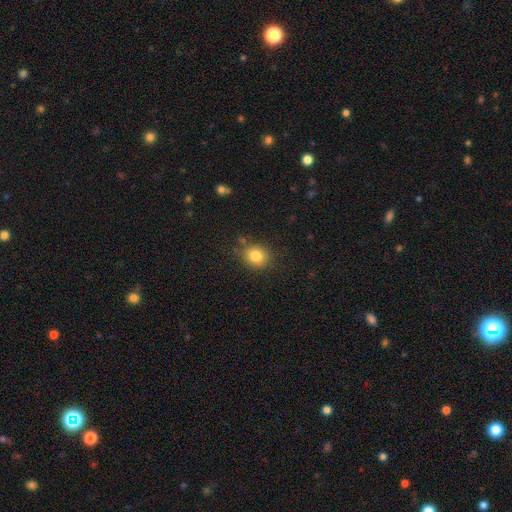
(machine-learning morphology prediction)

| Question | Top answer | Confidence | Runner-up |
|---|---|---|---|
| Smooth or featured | smooth | 83% | star or artifact (11%) |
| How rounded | round | 75% | in between (24%) |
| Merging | none | 80% | minor disturbance (14%) |